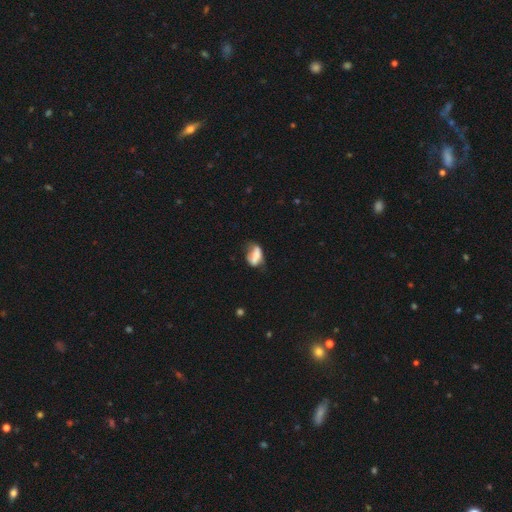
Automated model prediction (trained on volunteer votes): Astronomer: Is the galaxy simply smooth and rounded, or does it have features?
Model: smooth — 70%.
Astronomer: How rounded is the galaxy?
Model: in between — 84%.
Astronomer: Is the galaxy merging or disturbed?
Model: none — 37% (runner-up: minor disturbance, 36%).